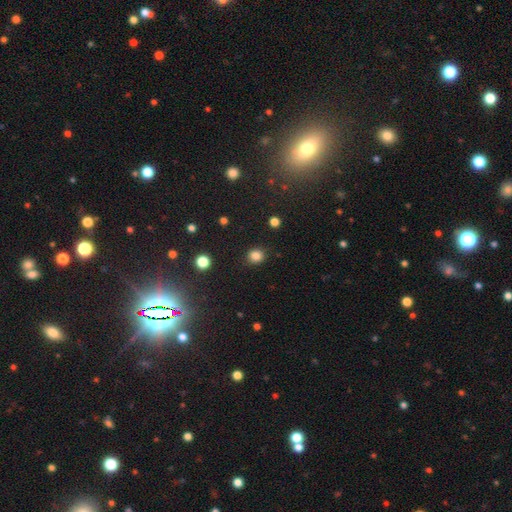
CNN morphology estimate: Smooth or featured? Predicted: smooth (p=0.84). How rounded? Predicted: round (p=0.81). Merging? Predicted: none (p=0.88).